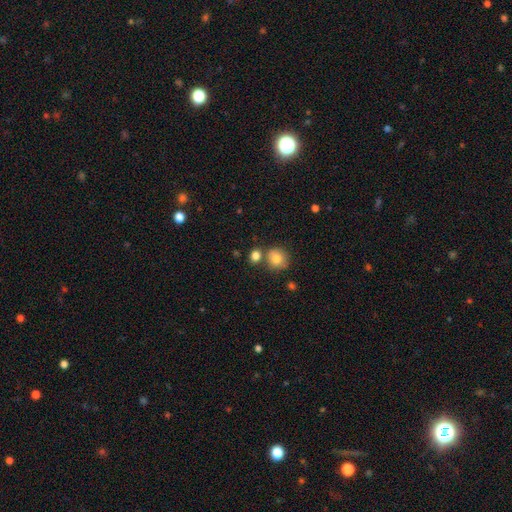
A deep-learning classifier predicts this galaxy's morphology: A smooth galaxy with no disk features (81%) that is round (71%).

Vote fractions:
- Smooth or featured? smooth: 81% / star or artifact: 11% / featured or disk: 8%
- How rounded? round: 71% / in between: 28% / cigar-shaped: 1%
- Merging? none: 63% / merger: 22% / minor disturbance: 11% / major disturbance: 3%